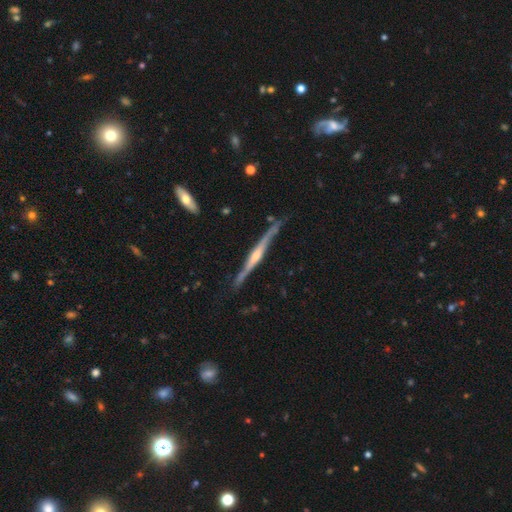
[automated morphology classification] Overall: featured or disk (85%). Edge-on disk: yes (98%). Edge-on bulge: rounded (82%). Merging: none (83%).